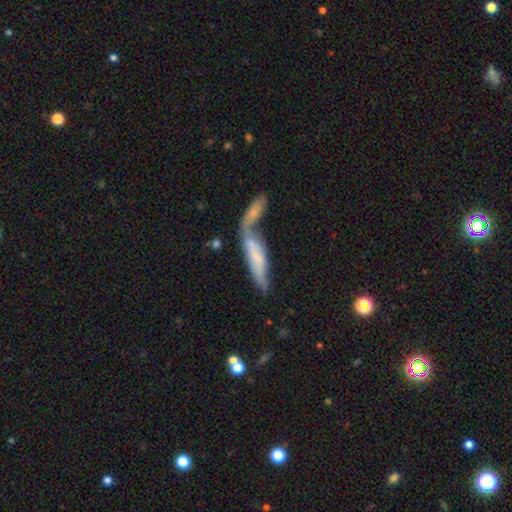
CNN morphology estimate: The model was most divided on "smooth or featured": smooth: 57%, featured or disk: 36%, star or artifact: 7%. More confident: how rounded — cigar-shaped (70%); merging — merger (61%).